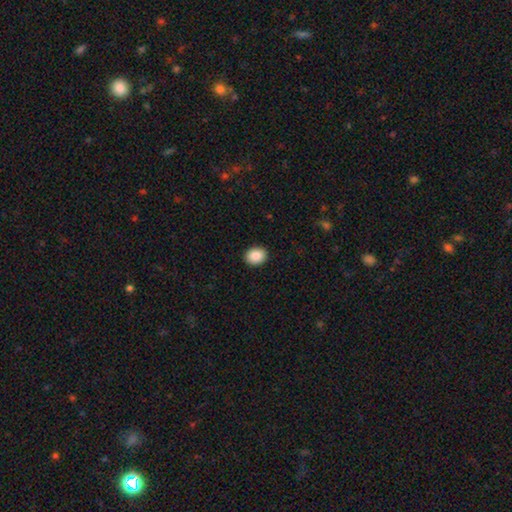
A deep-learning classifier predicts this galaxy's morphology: smooth 89%, star or artifact 8%, featured or disk 3%. Down the decision tree: how rounded — in between (54%); merging — none (91%).